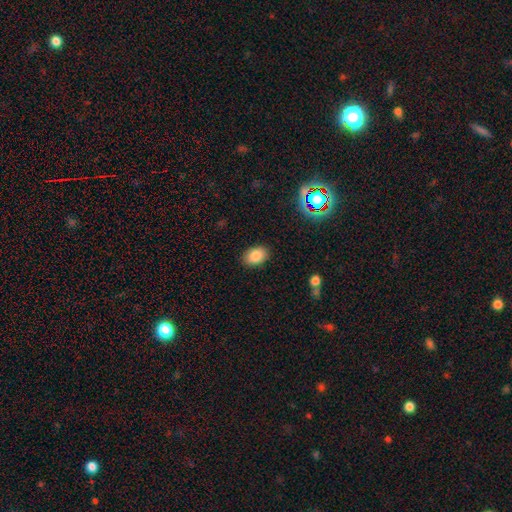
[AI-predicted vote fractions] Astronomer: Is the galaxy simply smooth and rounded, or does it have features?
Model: smooth — 85%.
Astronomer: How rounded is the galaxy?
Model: in between — 84%.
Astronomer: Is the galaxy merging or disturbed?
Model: none — 88%.